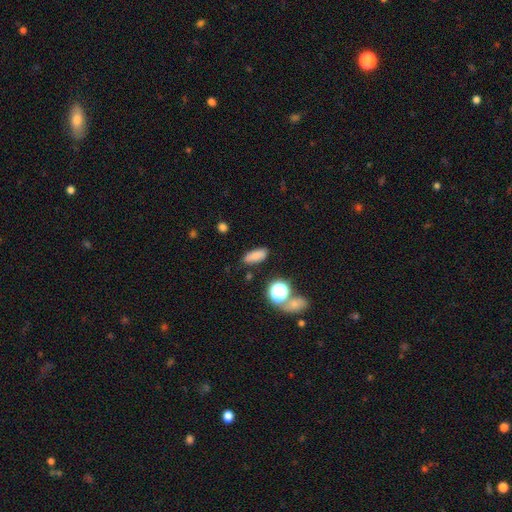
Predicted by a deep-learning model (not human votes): Smooth or featured?
  - smooth: 80% *
  - star or artifact: 13%
  - featured or disk: 7%
How rounded?
  - in between: 76% *
  - cigar-shaped: 17%
  - round: 7%
Merging?
  - none: 81% *
  - minor disturbance: 12%
  - merger: 4%
  - major disturbance: 3%